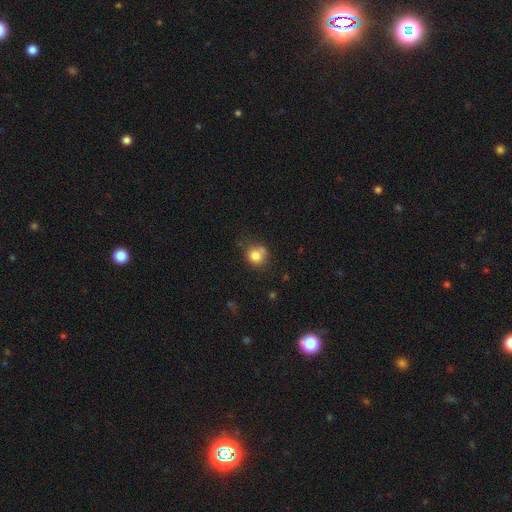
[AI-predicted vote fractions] Smooth or featured: smooth — 79% (star or artifact — 11%)
How rounded: round — 82% (in between — 17%)
Merging: none — 56% (minor disturbance — 22%)